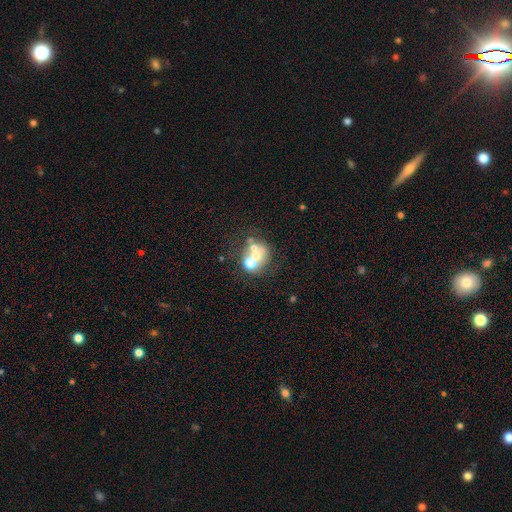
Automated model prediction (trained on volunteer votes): Smooth or featured? Predicted: smooth (p=0.48). Merging? Predicted: merger (p=0.52).